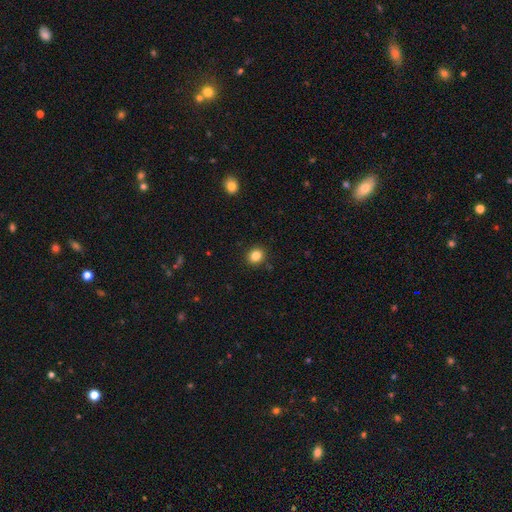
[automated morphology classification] type=smooth (84%); roundness=round (74%); merging=none (90%).